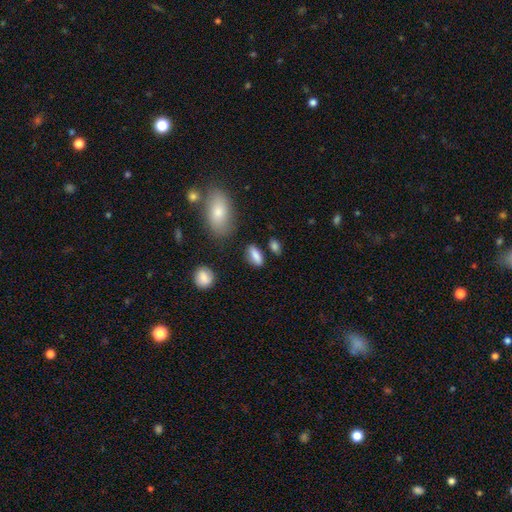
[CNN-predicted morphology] smooth 83%, featured or disk 8%, star or artifact 8%. Down the decision tree: how rounded — in between (77%); merging — none (80%).